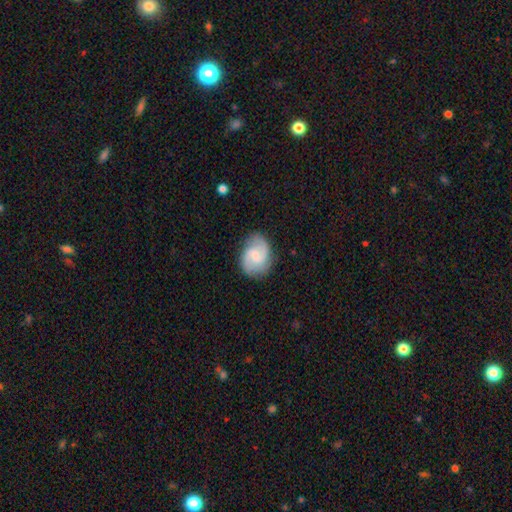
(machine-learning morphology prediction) smooth-or-featured: featured or disk: 73% | smooth: 21% | star or artifact: 6%
  disk-edge-on: no: 98% | yes: 2%
    bar: weak: 53% | no: 39% | strong: 8%
    has-spiral-arms: yes: 96% | no: 4%
      spiral-winding: medium: 54% | loose: 23% | tight: 23%
      spiral-arm-count: 2: 88% | can't tell: 5% | 3: 3% | 1: 2% | 4: 1% | more than 4: 1%
    bulge-size: small: 52% | moderate: 28% | none: 16% | large: 3% | dominant: 1%
  merging: none: 80% | minor disturbance: 14% | major disturbance: 4% | merger: 1%